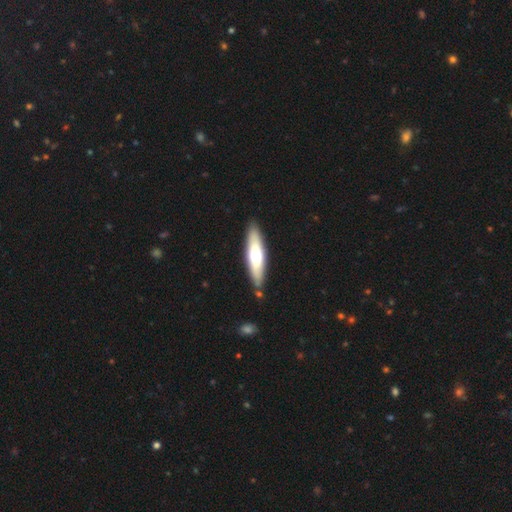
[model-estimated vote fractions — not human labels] A smooth galaxy with no disk features (55%) that is cigar-shaped (69%). Merging: none (85%).